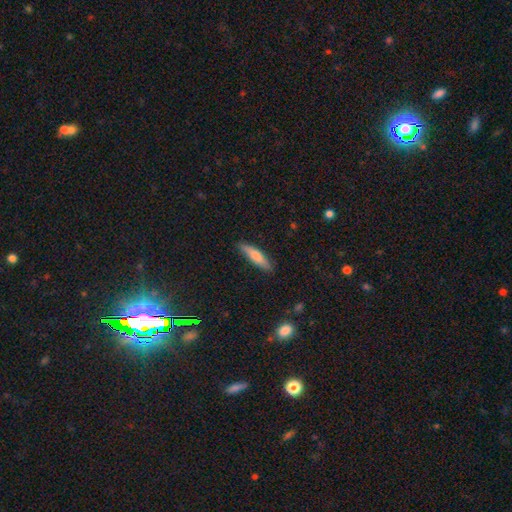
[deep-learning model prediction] smooth_or_featured: smooth (p=0.65) [alt: featured or disk p=0.28]
how_rounded: cigar-shaped (p=0.81) [alt: in between p=0.18]
merging: none (p=0.87) [alt: minor disturbance p=0.10]